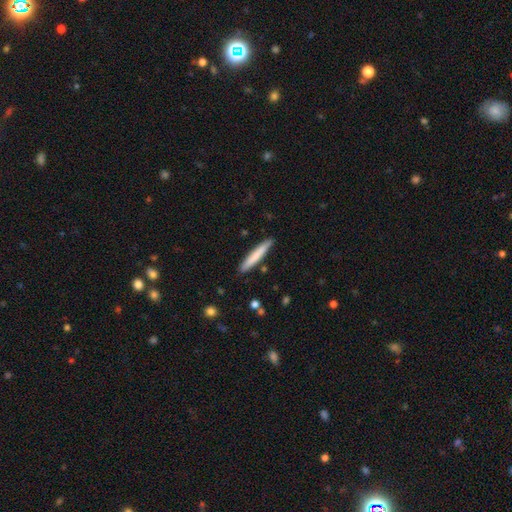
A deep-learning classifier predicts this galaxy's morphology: A smooth galaxy with no disk features (74%) that is cigar-shaped (95%).

Vote fractions:
- Smooth or featured? smooth: 74% / featured or disk: 20% / star or artifact: 5%
- How rounded? cigar-shaped: 95% / in between: 4% / round: 1%
- Merging? none: 88% / minor disturbance: 9% / merger: 2% / major disturbance: 2%